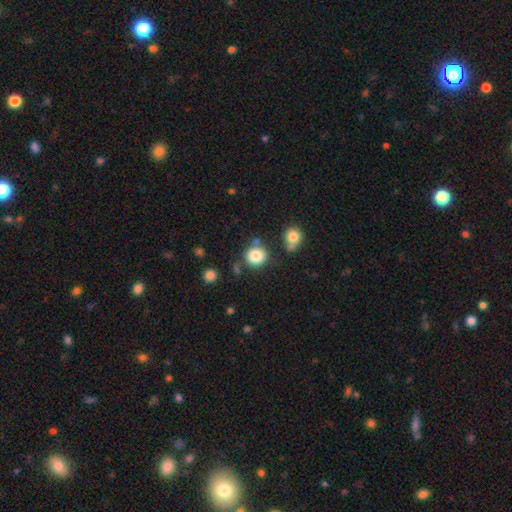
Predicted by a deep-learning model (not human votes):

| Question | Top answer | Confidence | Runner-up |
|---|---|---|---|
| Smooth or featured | smooth | 84% | star or artifact (10%) |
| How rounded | round | 89% | in between (10%) |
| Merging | none | 73% | minor disturbance (12%) |